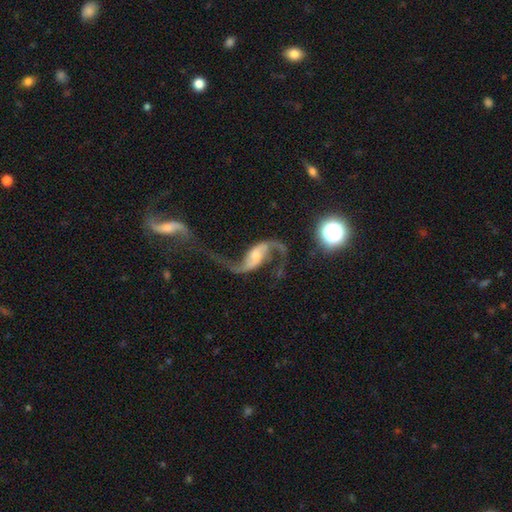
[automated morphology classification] smooth-or-featured: featured or disk: 91% | star or artifact: 5% | smooth: 4%
  disk-edge-on: no: 96% | yes: 4%
    bar: weak: 42% | no: 34% | strong: 24%
    has-spiral-arms: yes: 97% | no: 3%
      spiral-winding: loose: 89% | medium: 8% | tight: 2%
      spiral-arm-count: 2: 94% | 1: 2% | can't tell: 1% | 3: 1% | 4: 1% | more than 4: 1%
    bulge-size: moderate: 41% | small: 35% | none: 11% | large: 11% | dominant: 3%
  merging: none: 56% | major disturbance: 20% | minor disturbance: 14% | merger: 9%